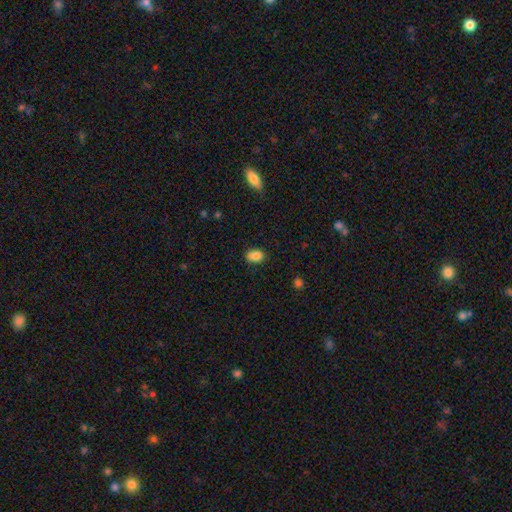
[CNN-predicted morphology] Overall: smooth (81%). How rounded: in between (66%; round 32%). Merging: none (61%; minor disturbance 23%).